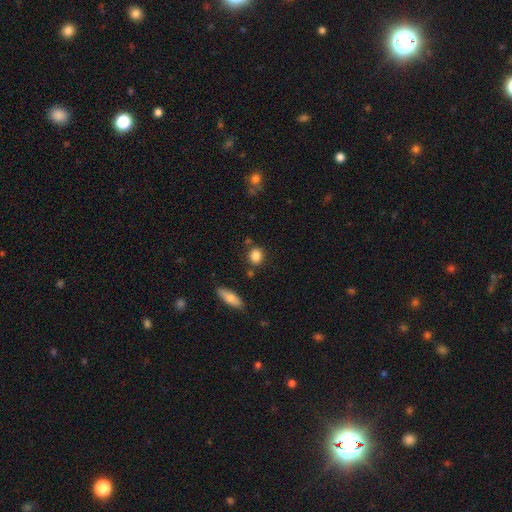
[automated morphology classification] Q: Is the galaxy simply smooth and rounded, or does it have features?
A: smooth — 85%.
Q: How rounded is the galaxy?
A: round — 68%.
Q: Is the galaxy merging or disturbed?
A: none — 79%.